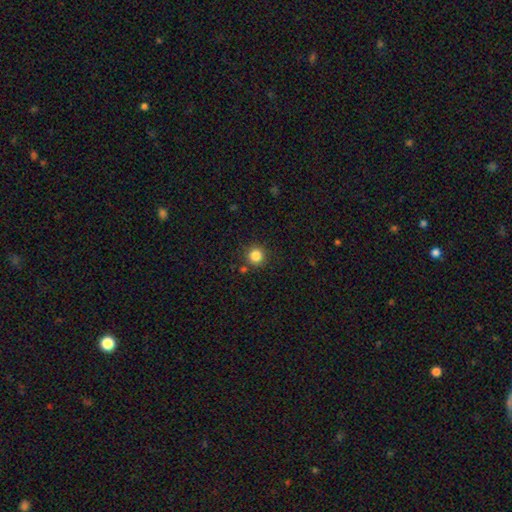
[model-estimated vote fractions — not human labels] Smooth or featured? Predicted: smooth (p=0.84). How rounded? Predicted: round (p=0.94). Merging? Predicted: none (p=0.87).